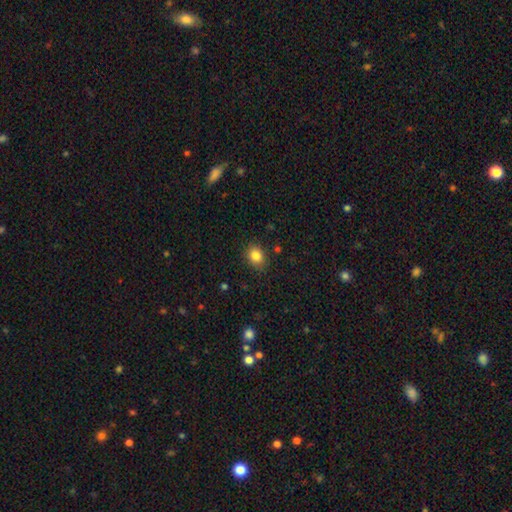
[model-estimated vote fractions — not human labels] This is clearly a smooth galaxy (85%). How rounded: possibly in between (54%). Merging: clearly none (85%).